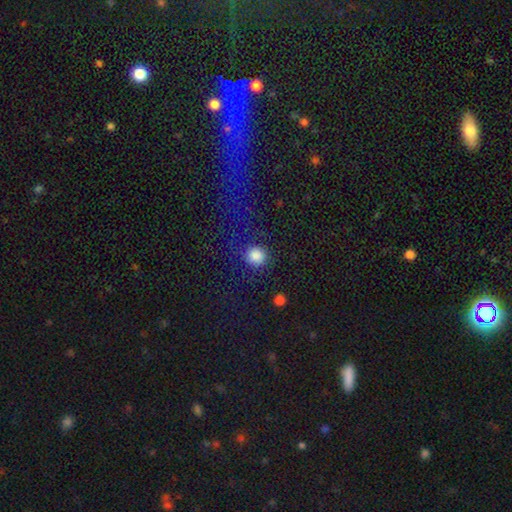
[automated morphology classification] This is clearly a smooth galaxy (83%). How rounded: clearly round (90%). Merging: likely none (79%).